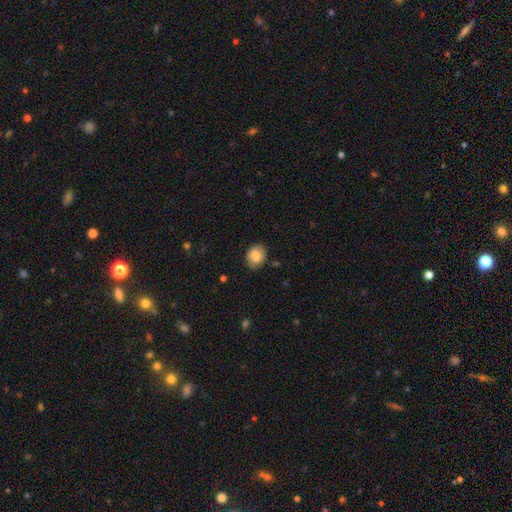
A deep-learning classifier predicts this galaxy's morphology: smooth_or_featured: smooth (p=0.75) [alt: featured or disk p=0.17]
how_rounded: in between (p=0.52) [alt: round p=0.47]
merging: none (p=0.81) [alt: minor disturbance p=0.14]